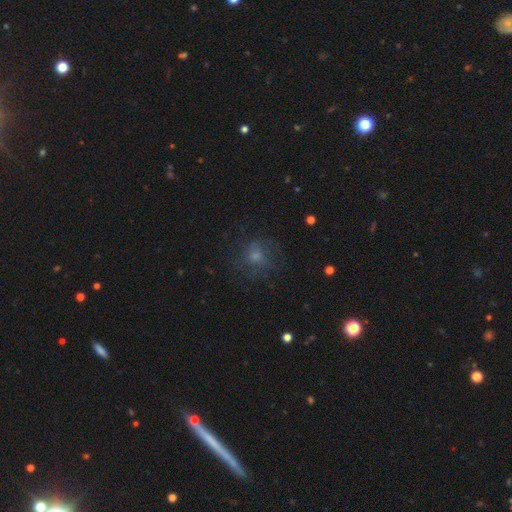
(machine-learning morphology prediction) Overall: smooth (53%; star or artifact 27%). How rounded: round (84%). Merging: none (74%).